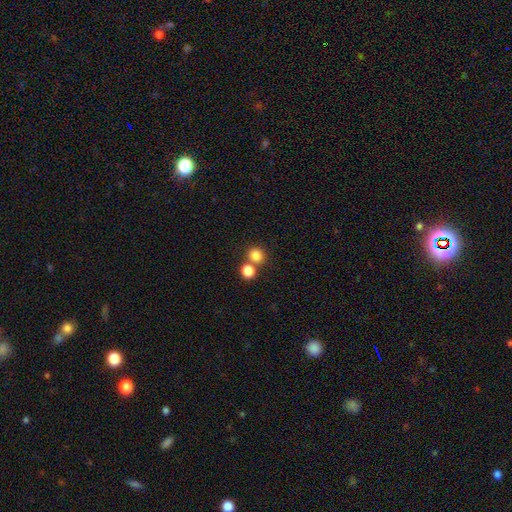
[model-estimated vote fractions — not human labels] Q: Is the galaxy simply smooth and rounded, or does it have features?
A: smooth — 81%.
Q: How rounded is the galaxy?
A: round — 85%.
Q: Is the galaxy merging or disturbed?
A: none — 61%.